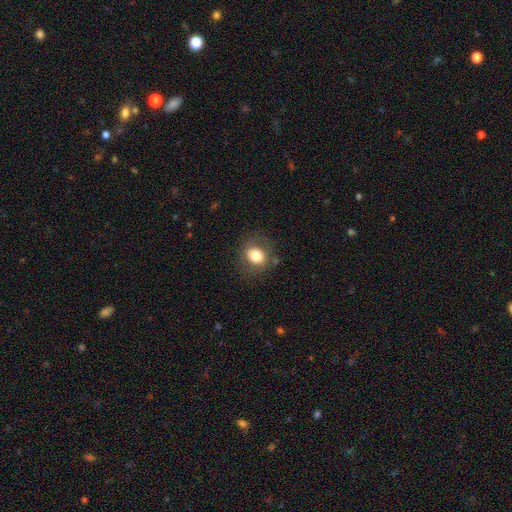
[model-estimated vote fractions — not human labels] A smooth galaxy with no disk features (77%) that is round (63%). Merging: none (75%).